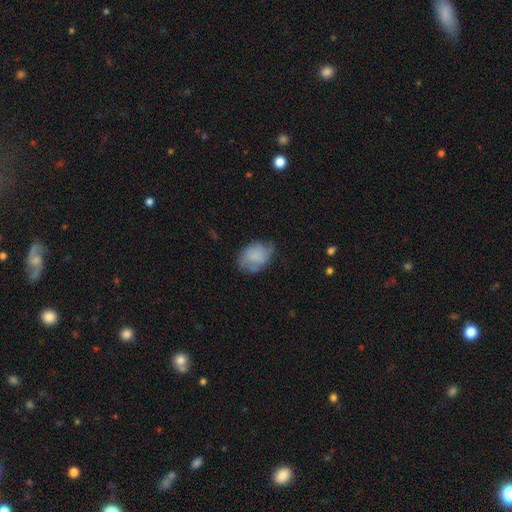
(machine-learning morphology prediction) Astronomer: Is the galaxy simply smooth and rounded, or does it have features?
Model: smooth — 67%.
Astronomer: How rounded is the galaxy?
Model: in between — 77%.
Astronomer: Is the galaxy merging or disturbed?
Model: none — 55% (runner-up: minor disturbance, 31%).